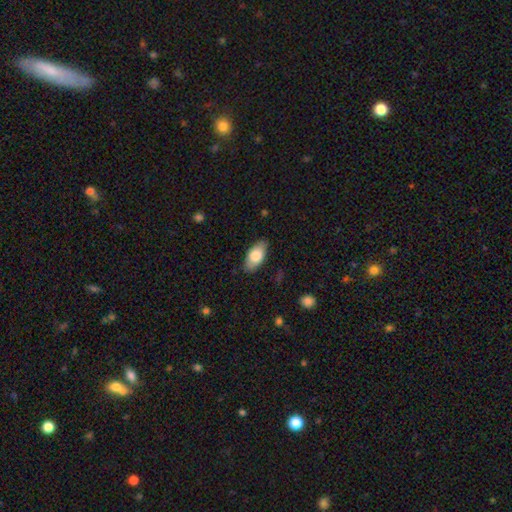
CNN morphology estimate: Overall: smooth (79%). How rounded: in between (92%). Merging: none (84%).